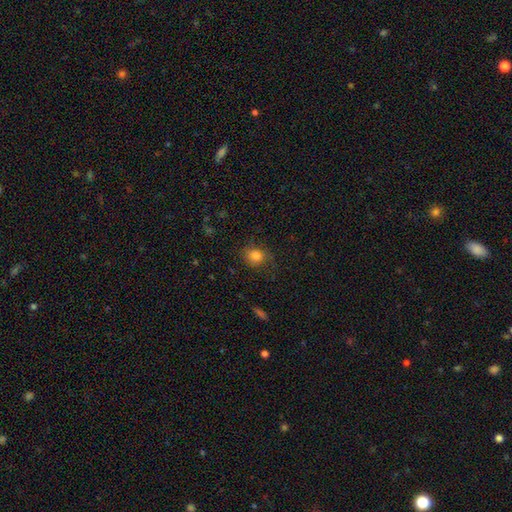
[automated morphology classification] type=smooth (82%); roundness=round (68%); merging=none (75%).